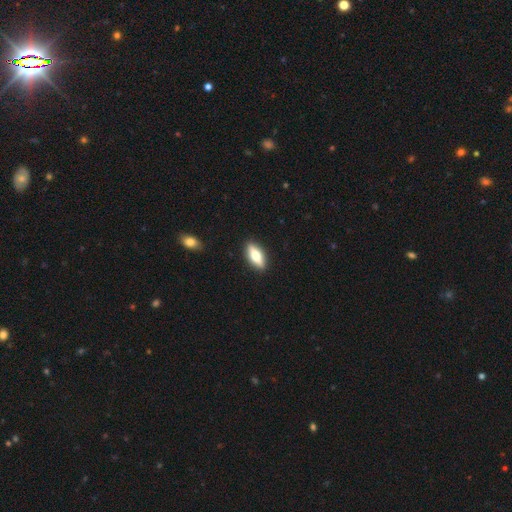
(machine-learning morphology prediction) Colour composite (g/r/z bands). It shows a smooth galaxy with no disk features (56%) that is in between round and cigar-shaped (66%). Merging: none (90%).